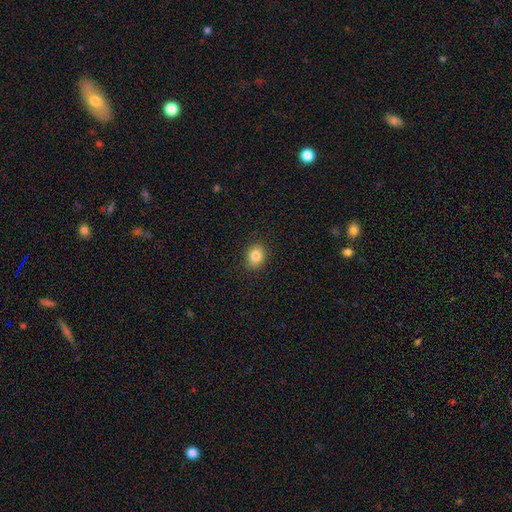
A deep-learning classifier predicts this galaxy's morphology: The model was most divided on "how rounded": round: 54%, in between: 45%, cigar-shaped: 1%. More confident: merging — none (89%); smooth or featured — smooth (84%).